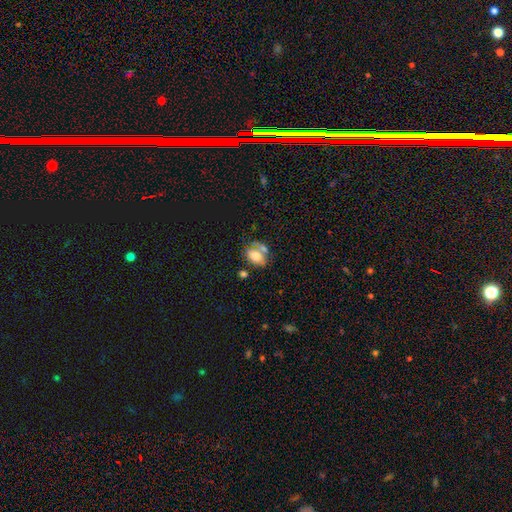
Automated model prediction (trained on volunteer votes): Morphology: type=smooth (68%); roundness=in between (82%); merging=none (38%).